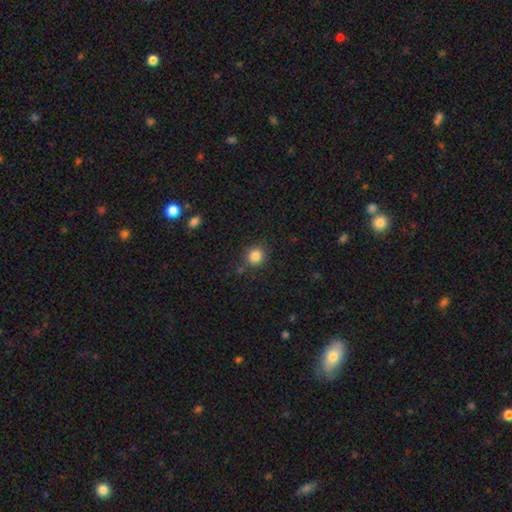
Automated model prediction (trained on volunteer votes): Overall: smooth (85%). How rounded: round (89%). Merging: none (84%).